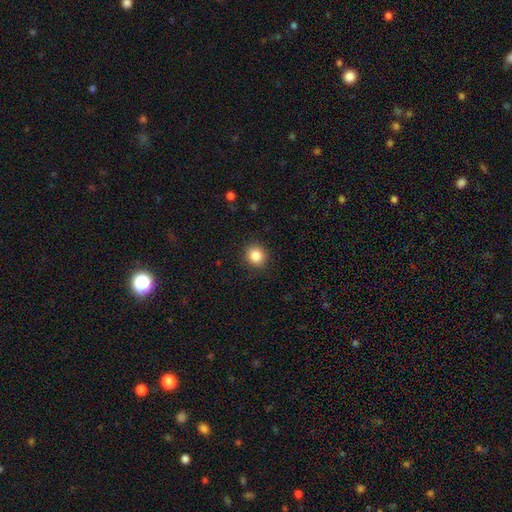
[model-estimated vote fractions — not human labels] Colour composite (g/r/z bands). It shows a smooth galaxy with no disk features (86%) that is round (83%). Merging: none (90%).